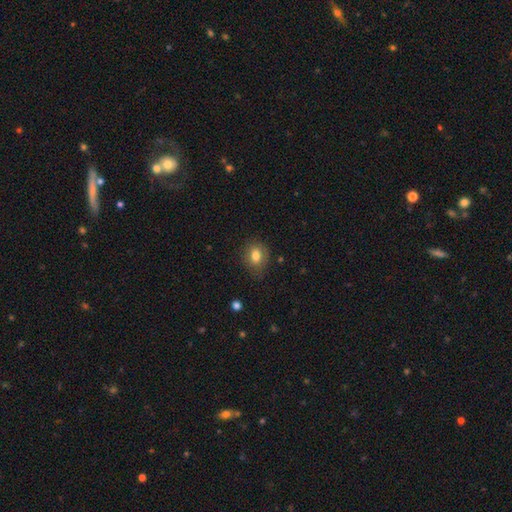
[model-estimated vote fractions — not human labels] Smooth or featured? smooth (79%)
How rounded? round (50%)
Merging? none (74%)